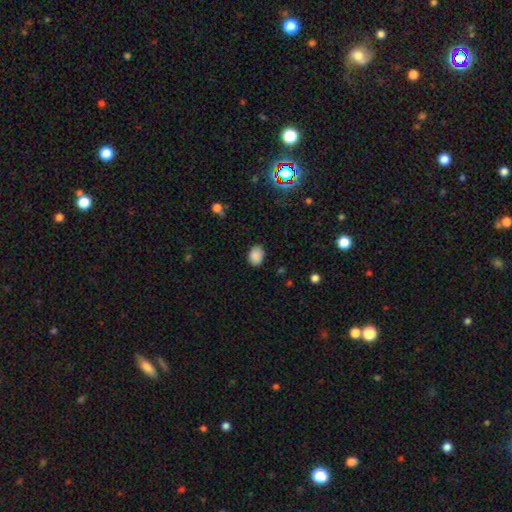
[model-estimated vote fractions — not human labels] The model was most divided on "how rounded": in between: 68%, round: 31%, cigar-shaped: 1%. More confident: smooth or featured — smooth (87%); merging — none (83%).